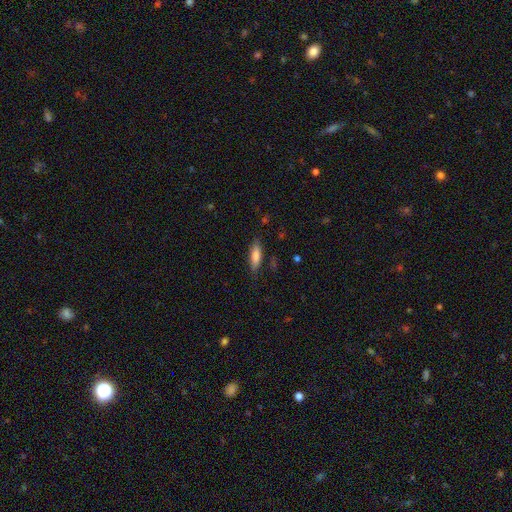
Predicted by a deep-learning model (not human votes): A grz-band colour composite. It shows a smooth galaxy with no disk features (76%) that is cigar-shaped (54%). Merging: none (82%).